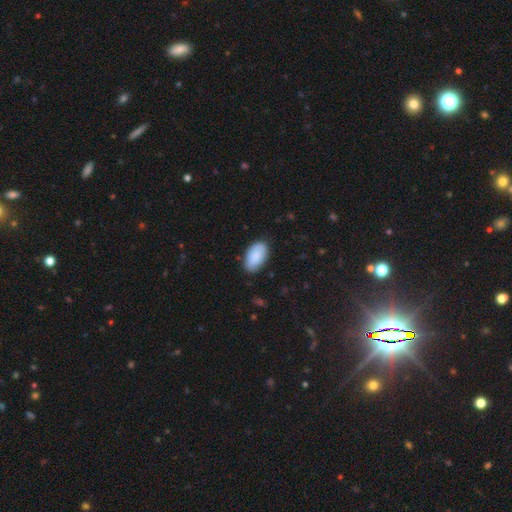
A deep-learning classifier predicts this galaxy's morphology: A smooth galaxy with no disk features (89%) that is in between round and cigar-shaped (96%). Merging: none (83%).